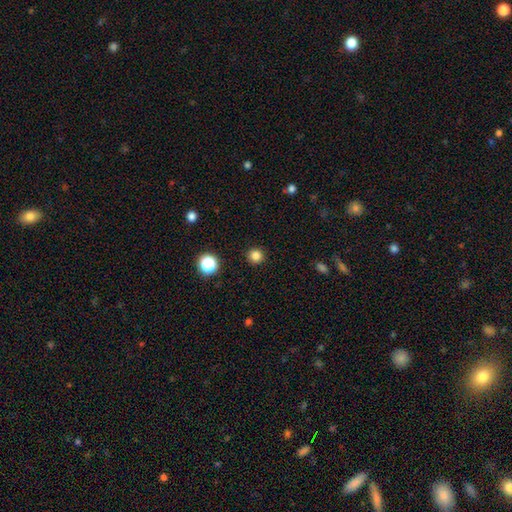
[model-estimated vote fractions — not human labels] Smooth or featured?
  - smooth: 82% *
  - star or artifact: 14%
  - featured or disk: 4%
How rounded?
  - round: 94% *
  - in between: 5%
  - cigar-shaped: 1%
Merging?
  - none: 92% *
  - minor disturbance: 5%
  - major disturbance: 2%
  - merger: 1%